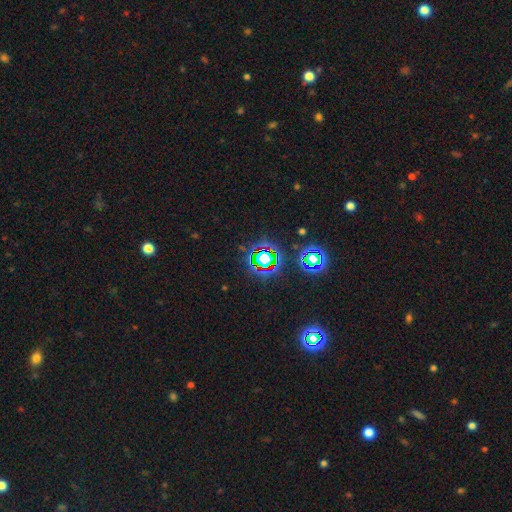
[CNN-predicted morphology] Overall: star or artifact (78%).